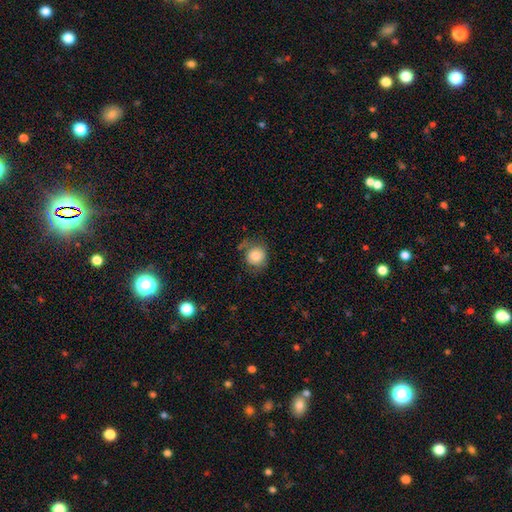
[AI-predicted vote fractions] Smooth or featured? smooth (80%)
How rounded? round (84%)
Merging? none (66%)